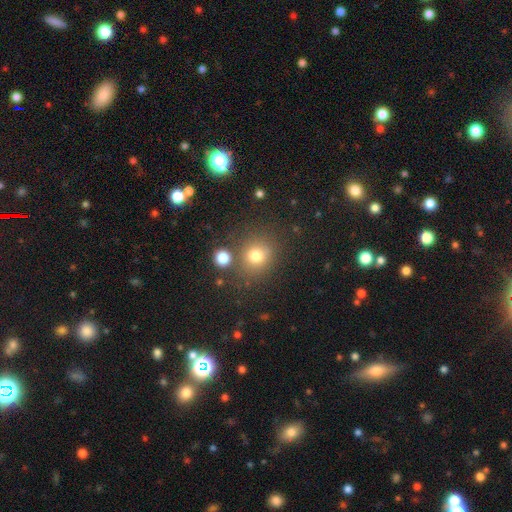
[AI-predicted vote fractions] A smooth galaxy with no disk features (76%) that is round (79%). Merging: none (74%).